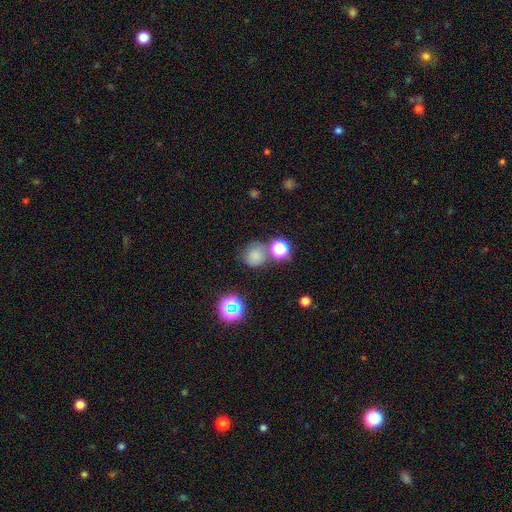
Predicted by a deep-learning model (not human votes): A smooth galaxy with no disk features (73%) that is round (86%).

Vote fractions:
- Smooth or featured? smooth: 73% / star or artifact: 20% / featured or disk: 8%
- How rounded? round: 86% / in between: 13% / cigar-shaped: 1%
- Merging? none: 63% / merger: 17% / minor disturbance: 14% / major disturbance: 6%